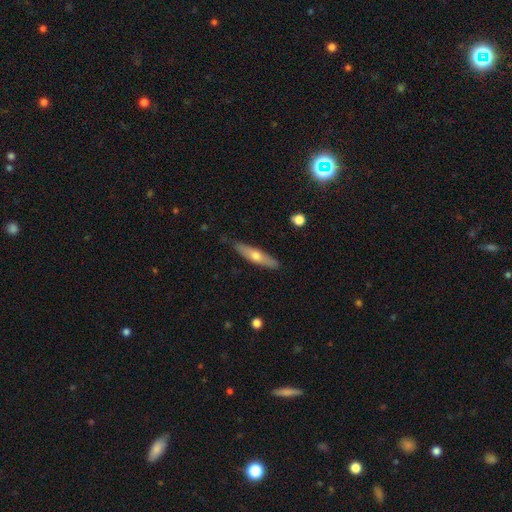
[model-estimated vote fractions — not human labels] A smooth galaxy with no disk features (51%) that is cigar-shaped (80%).

Vote fractions:
- Smooth or featured? smooth: 51% / featured or disk: 43% / star or artifact: 6%
- How rounded? cigar-shaped: 80% / in between: 18% / round: 2%
- Merging? none: 83% / minor disturbance: 14% / major disturbance: 2% / merger: 1%